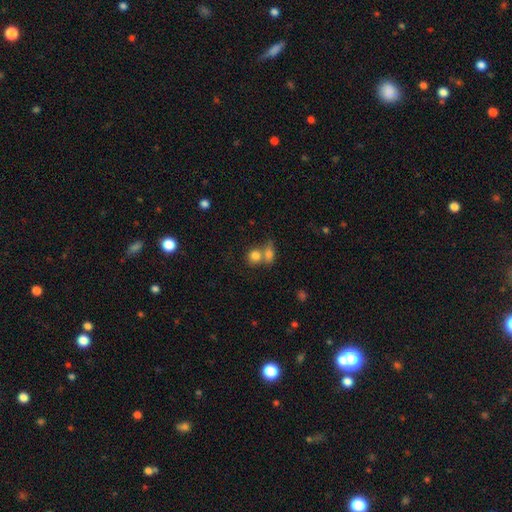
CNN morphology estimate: smooth_or_featured: smooth (p=0.80) [alt: star or artifact p=0.10]
how_rounded: round (p=0.70) [alt: in between p=0.28]
merging: merger (p=0.49) [alt: none p=0.38]